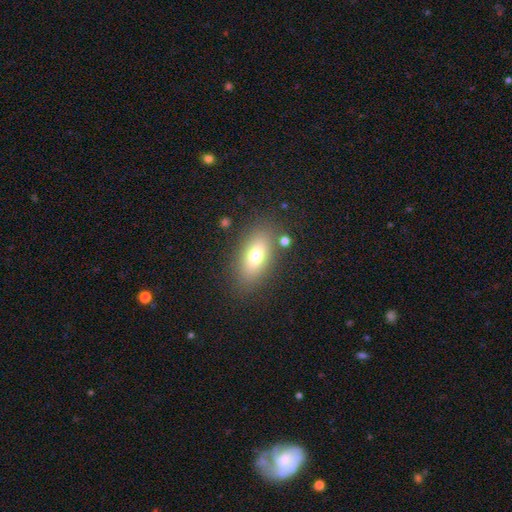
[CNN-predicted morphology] This is likely a smooth galaxy (70%). How rounded: clearly in between (82%). Merging: clearly none (81%).